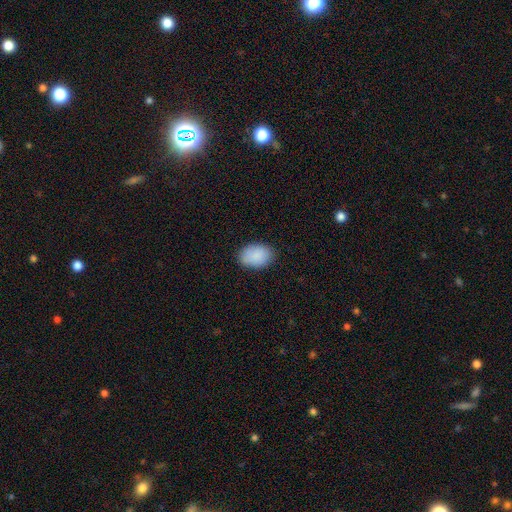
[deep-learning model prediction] smooth_or_featured: smooth (p=0.90) [alt: star or artifact p=0.06]
how_rounded: in between (p=0.85) [alt: round p=0.14]
merging: none (p=0.85) [alt: minor disturbance p=0.12]